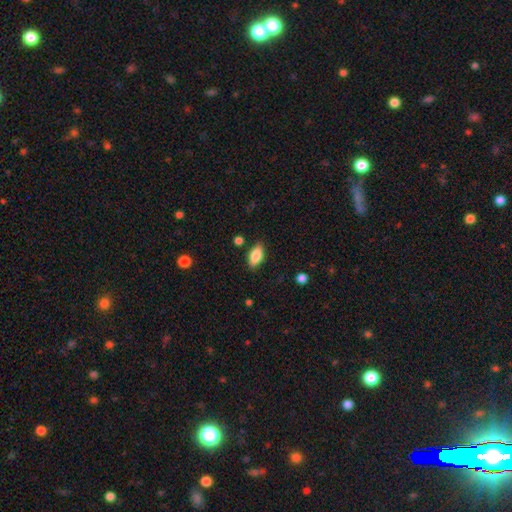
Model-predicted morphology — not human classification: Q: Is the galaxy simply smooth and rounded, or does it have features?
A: smooth — 82%.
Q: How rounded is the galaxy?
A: in between — 89%.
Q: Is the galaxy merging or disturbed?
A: none — 84%.